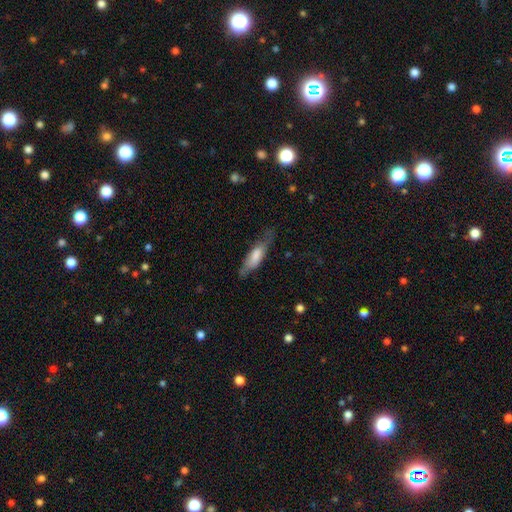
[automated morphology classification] smooth-or-featured: smooth: 63% | featured or disk: 31% | star or artifact: 6%
  how-rounded: cigar-shaped: 51% | in between: 47% | round: 2%
  merging: none: 59% | minor disturbance: 28% | major disturbance: 12% | merger: 2%